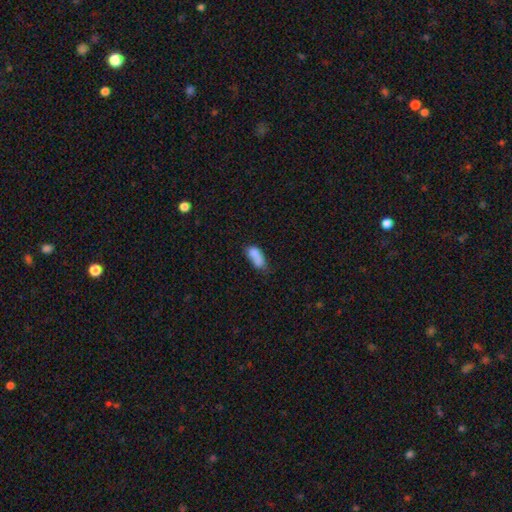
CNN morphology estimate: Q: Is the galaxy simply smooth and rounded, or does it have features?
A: smooth — 79%.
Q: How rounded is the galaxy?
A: in between — 84%.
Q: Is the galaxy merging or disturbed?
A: none — 41%.